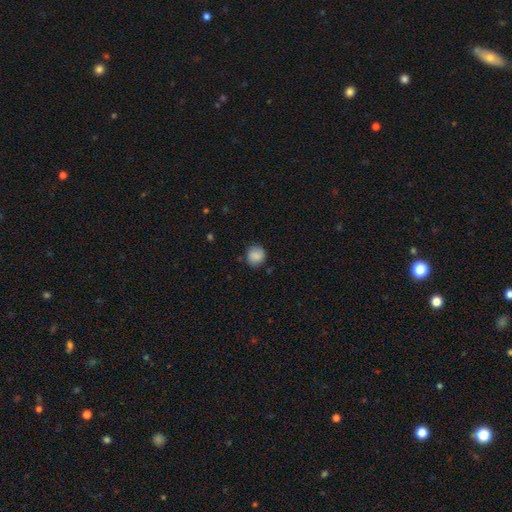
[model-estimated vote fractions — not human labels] The model was most divided on "merging": none: 80%, minor disturbance: 15%, major disturbance: 3%, merger: 2%. More confident: smooth or featured — smooth (86%); how rounded — round (86%).